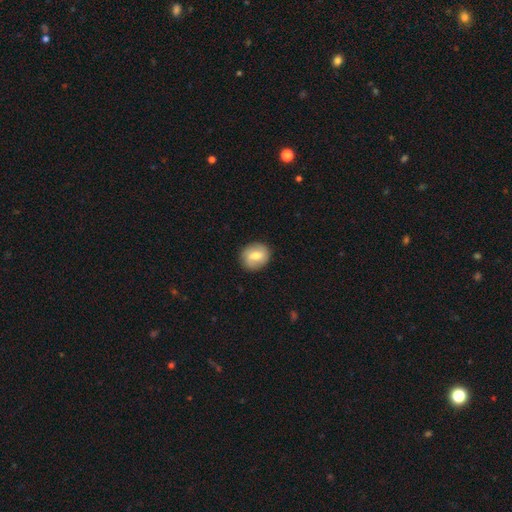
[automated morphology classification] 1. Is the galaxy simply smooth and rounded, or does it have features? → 60% smooth, 33% featured or disk, 7% star or artifact.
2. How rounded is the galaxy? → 73% round, 25% in between, 1% cigar-shaped.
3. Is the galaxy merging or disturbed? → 87% none, 10% minor disturbance, 3% major disturbance, 1% merger.